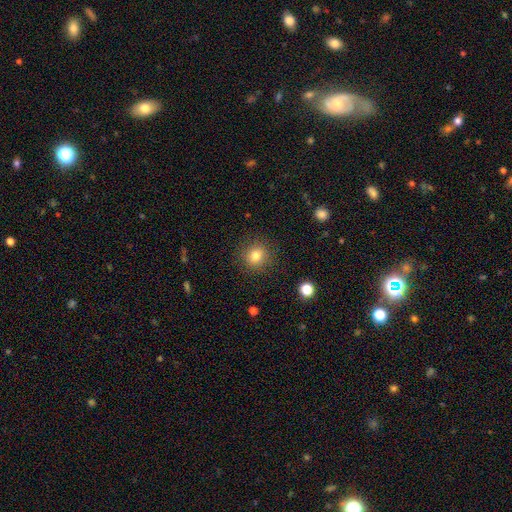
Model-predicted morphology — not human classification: Overall: smooth (80%). How rounded: round (90%). Merging: none (89%).